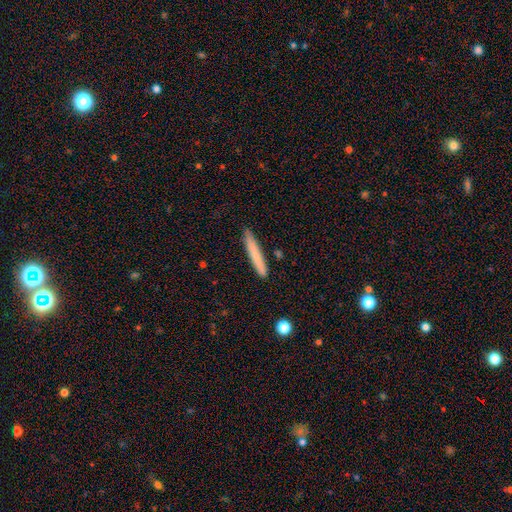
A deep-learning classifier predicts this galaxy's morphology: This appears to be a smooth galaxy with no disk features (74%) that is cigar-shaped (96%). Merging: none (88%).